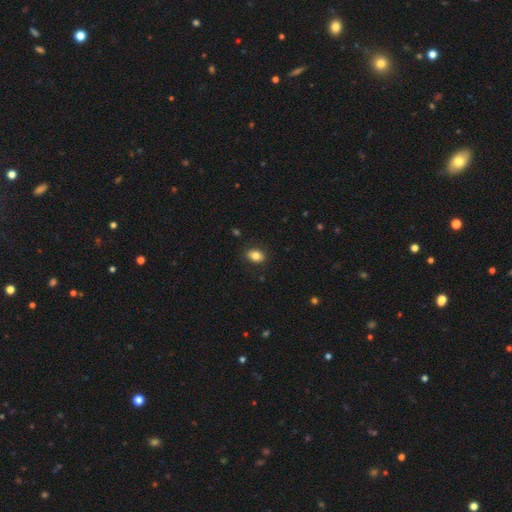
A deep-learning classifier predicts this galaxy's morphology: Smooth or featured? smooth (83%)
How rounded? in between (75%)
Merging? none (87%)